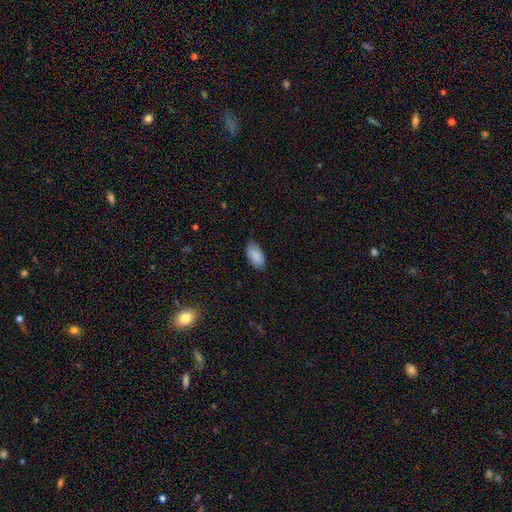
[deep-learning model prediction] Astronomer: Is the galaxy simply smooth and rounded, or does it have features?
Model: smooth — 86%.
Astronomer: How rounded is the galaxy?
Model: in between — 94%.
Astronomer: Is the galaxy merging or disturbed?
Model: none — 81%.